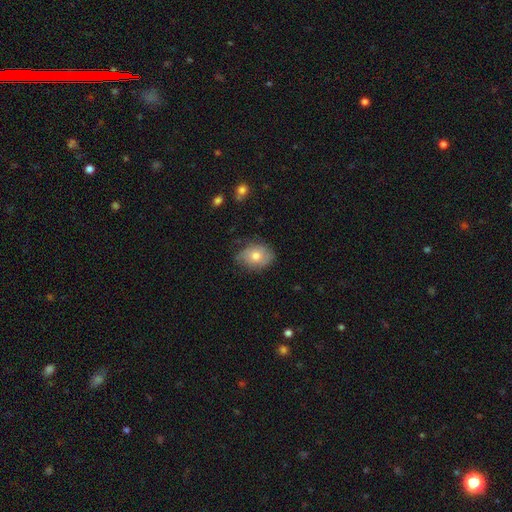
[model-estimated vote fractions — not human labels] Smooth or featured: smooth — 62% (featured or disk — 30%)
How rounded: in between — 62% (round — 37%)
Merging: none — 70% (minor disturbance — 23%)